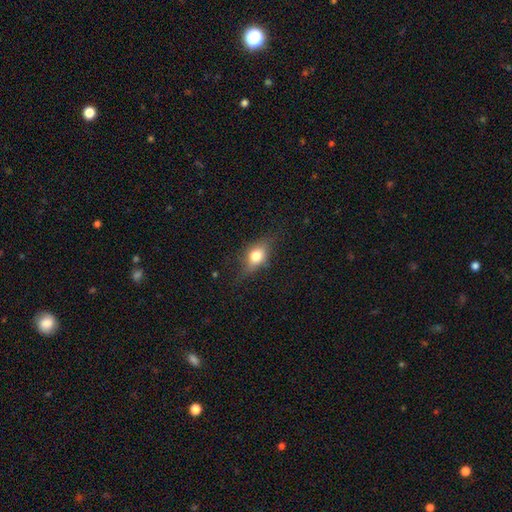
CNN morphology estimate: smooth_or_featured: smooth (p=0.66) [alt: featured or disk p=0.24]
how_rounded: in between (p=0.70) [alt: round p=0.21]
merging: none (p=0.71) [alt: minor disturbance p=0.21]